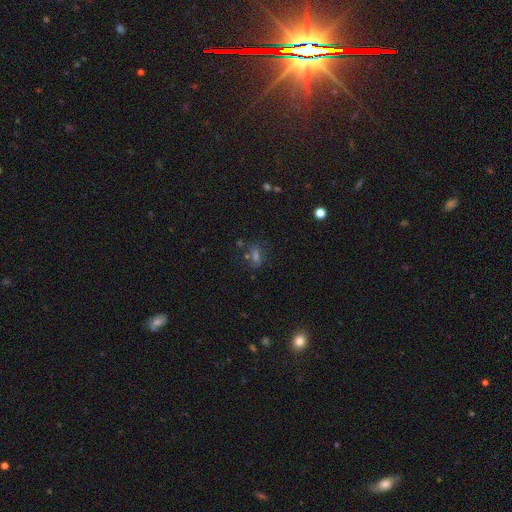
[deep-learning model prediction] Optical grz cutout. It shows a star or artifact, not a galaxy (41%, tied with smooth).